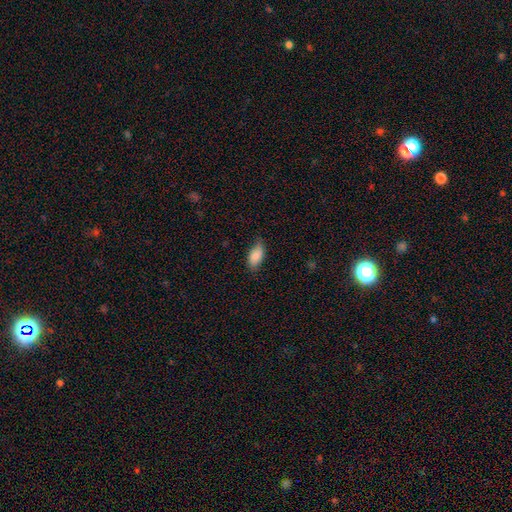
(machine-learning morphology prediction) This appears to be a smooth galaxy with no disk features (86%) that is in between round and cigar-shaped (91%). Merging: none (76%).